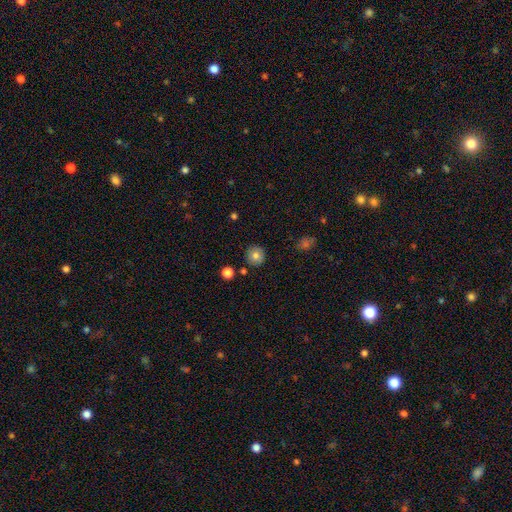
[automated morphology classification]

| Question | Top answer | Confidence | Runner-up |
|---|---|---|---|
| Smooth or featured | smooth | 78% | featured or disk (12%) |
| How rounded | round | 93% | in between (6%) |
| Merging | none | 87% | minor disturbance (8%) |